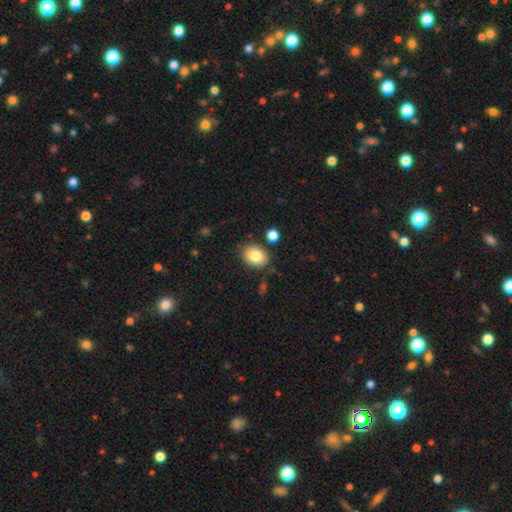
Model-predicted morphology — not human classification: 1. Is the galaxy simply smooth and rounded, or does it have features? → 83% smooth, 9% featured or disk, 8% star or artifact.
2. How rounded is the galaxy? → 64% in between, 35% round, 1% cigar-shaped.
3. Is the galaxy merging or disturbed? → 81% none, 11% minor disturbance, 5% merger, 3% major disturbance.